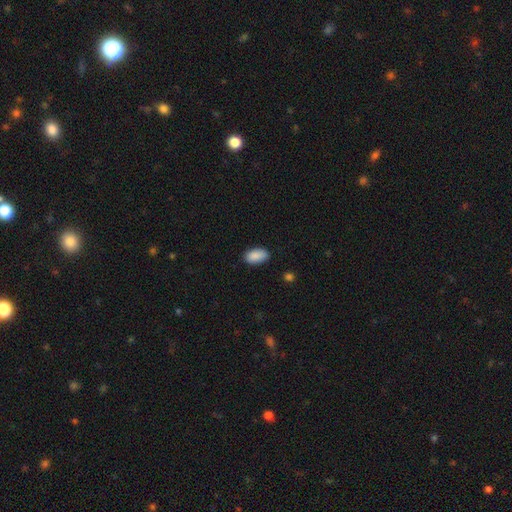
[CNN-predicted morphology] Overall: smooth (90%). How rounded: in between (94%). Merging: none (83%).